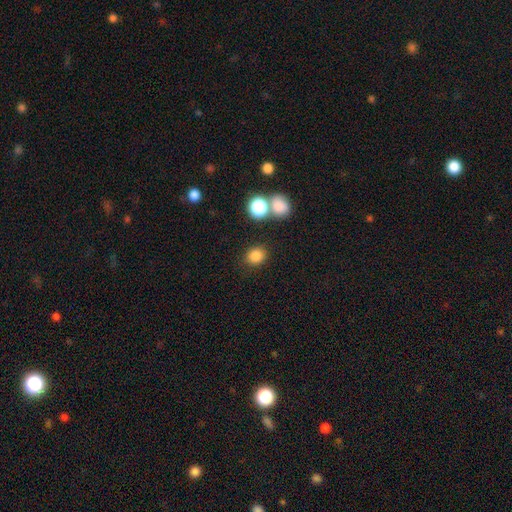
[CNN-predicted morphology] Overall: smooth (82%). How rounded: round (73%). Merging: none (82%).